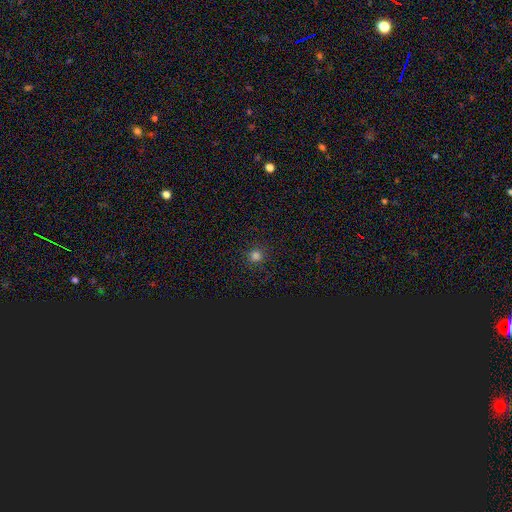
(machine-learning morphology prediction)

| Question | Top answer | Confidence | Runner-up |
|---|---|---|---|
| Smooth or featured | smooth | 75% | star or artifact (21%) |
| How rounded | round | 92% | in between (7%) |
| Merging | none | 88% | minor disturbance (8%) |